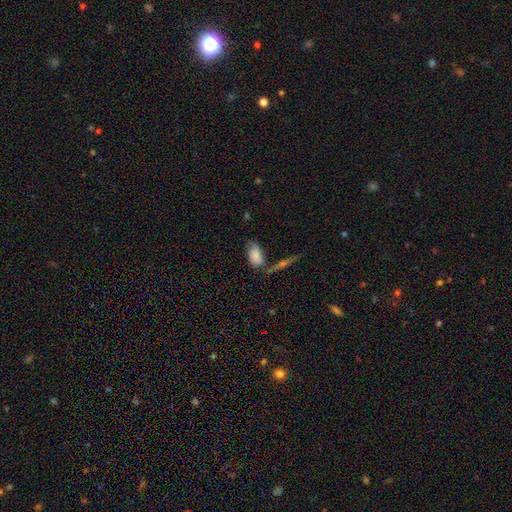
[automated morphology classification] Overall: smooth (74%). How rounded: in between (90%). Merging: none (48%; minor disturbance 26%).